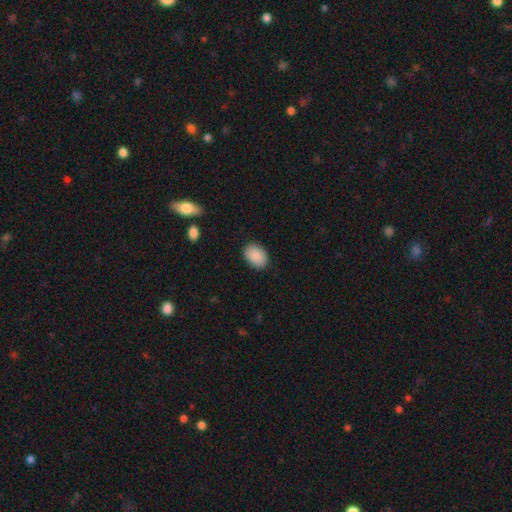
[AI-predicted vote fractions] smooth 89%, star or artifact 7%, featured or disk 4%. Down the decision tree: how rounded — in between (83%); merging — none (87%).